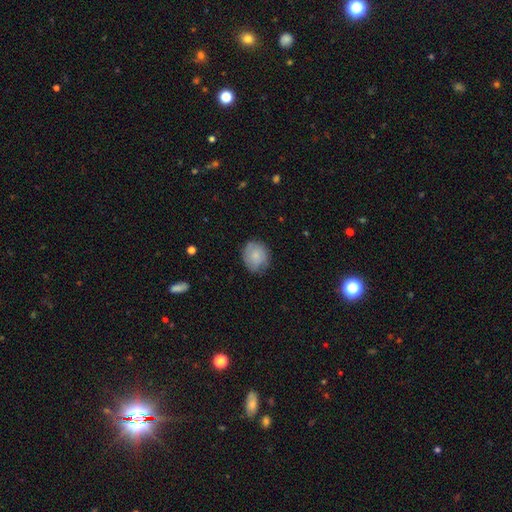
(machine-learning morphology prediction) A smooth galaxy with no disk features (69%) that is round (68%).

Vote fractions:
- Smooth or featured? smooth: 69% / featured or disk: 25% / star or artifact: 7%
- How rounded? round: 68% / in between: 31% / cigar-shaped: 1%
- Merging? none: 71% / minor disturbance: 23% / major disturbance: 6% / merger: 1%